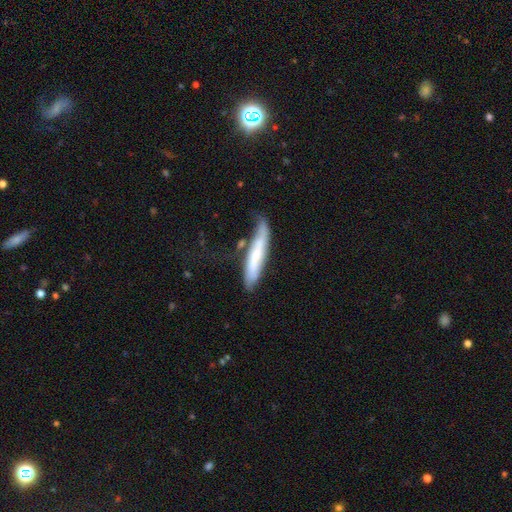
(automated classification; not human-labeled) A smooth galaxy with no disk features (50%). Merging: none (47%).